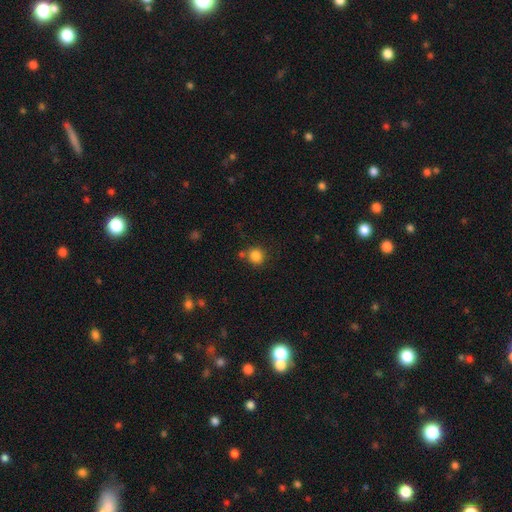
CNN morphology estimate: A smooth galaxy with no disk features (84%) that is round (89%).

Vote fractions:
- Smooth or featured? smooth: 84% / star or artifact: 11% / featured or disk: 5%
- How rounded? round: 89% / in between: 10% / cigar-shaped: 1%
- Merging? none: 75% / minor disturbance: 11% / merger: 11% / major disturbance: 3%